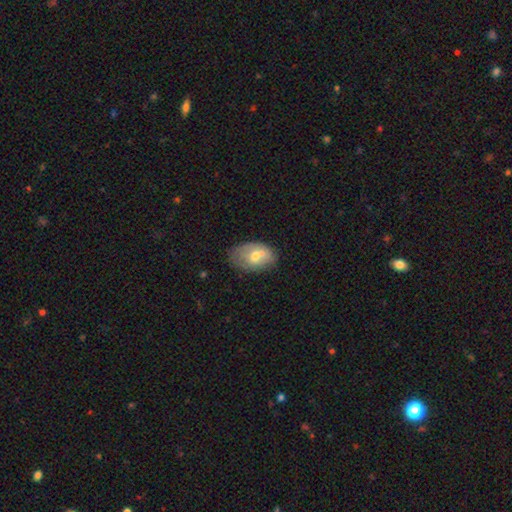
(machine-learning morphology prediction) smooth_or_featured: smooth (p=0.57) [alt: featured or disk p=0.35]
how_rounded: in between (p=0.87) [alt: round p=0.11]
merging: none (p=0.44) [alt: minor disturbance p=0.28]